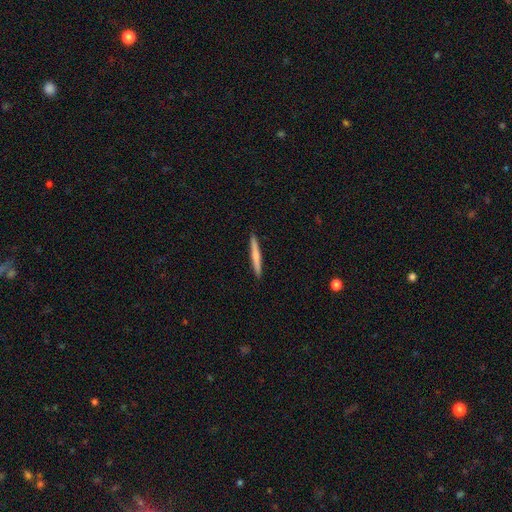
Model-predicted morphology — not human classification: Smooth or featured?
  - smooth: 67% *
  - featured or disk: 27%
  - star or artifact: 5%
How rounded?
  - cigar-shaped: 96% *
  - in between: 2%
  - round: 1%
Merging?
  - none: 93% *
  - minor disturbance: 5%
  - major disturbance: 1%
  - merger: 1%